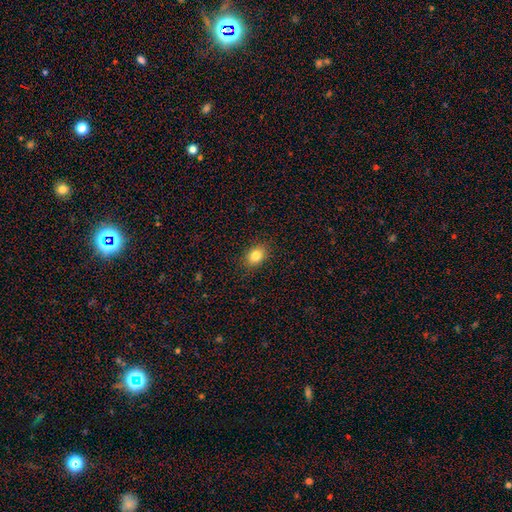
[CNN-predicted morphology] type=smooth (83%); roundness=in between (70%); merging=none (88%).